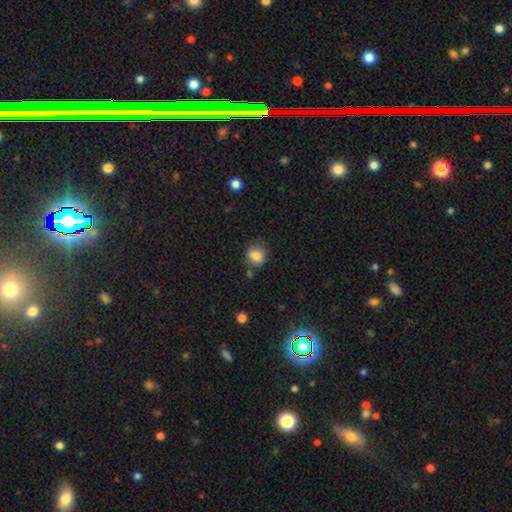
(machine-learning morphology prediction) Smooth or featured: smooth — 83% (star or artifact — 10%)
How rounded: round — 62% (in between — 36%)
Merging: none — 69% (minor disturbance — 20%)